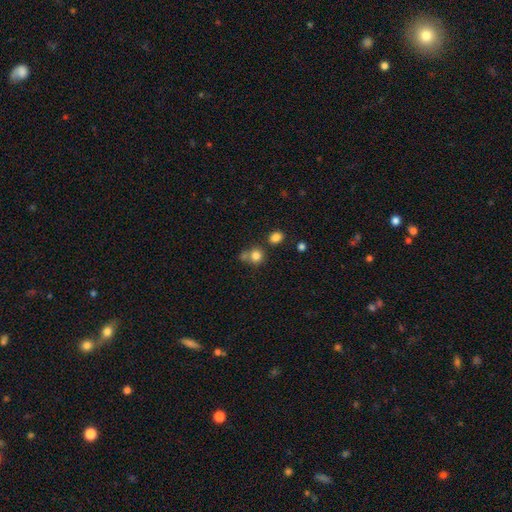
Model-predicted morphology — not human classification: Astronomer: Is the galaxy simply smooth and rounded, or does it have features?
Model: smooth — 80%.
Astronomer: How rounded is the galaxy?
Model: round — 85%.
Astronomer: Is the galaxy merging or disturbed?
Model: none — 59%.